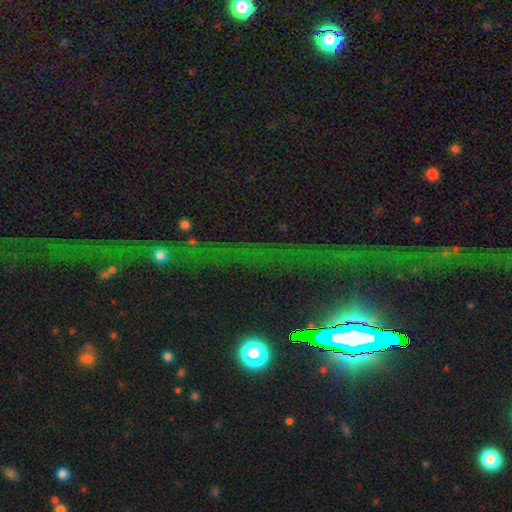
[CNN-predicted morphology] Smooth or featured: star or artifact — 74% (featured or disk — 15%)